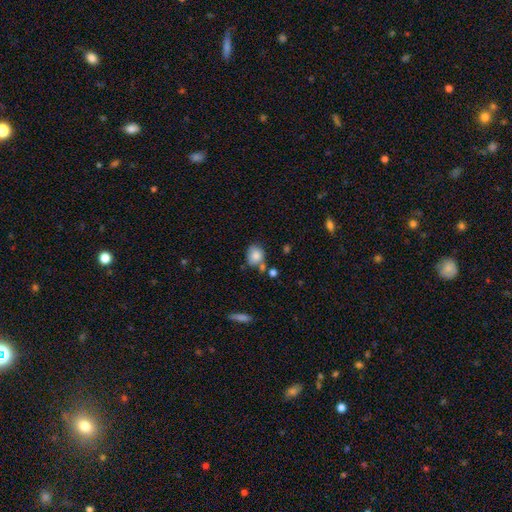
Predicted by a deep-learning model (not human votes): This is clearly a smooth galaxy (81%). How rounded: possibly round (59%). Merging: possibly none (59%).